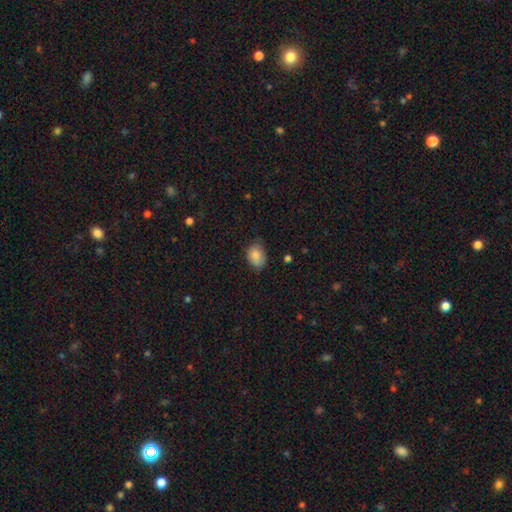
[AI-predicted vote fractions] A smooth galaxy with no disk features (82%) that is in between round and cigar-shaped (74%). Merging: none (65%).